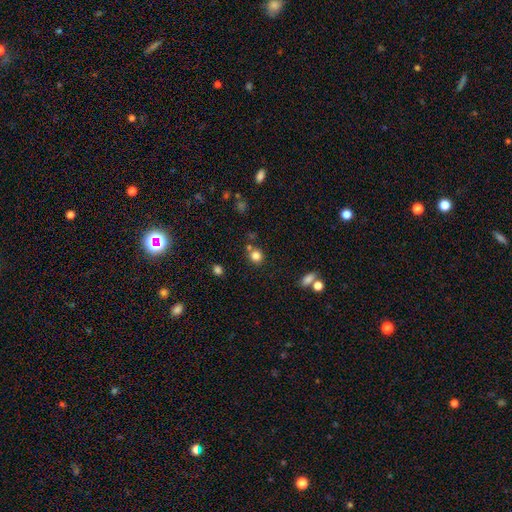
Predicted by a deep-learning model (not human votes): A smooth galaxy with no disk features (81%) that is round (86%). Merging: none (72%).